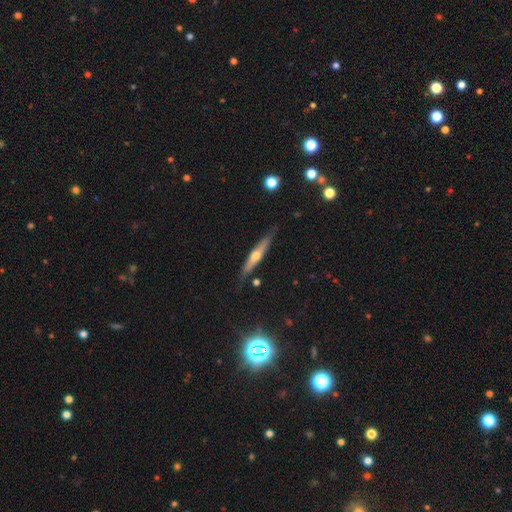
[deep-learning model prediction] A featured or disk galaxy (59%) viewed edge-on (93%) with a rounded central bulge (88%). Merging: none (82%).